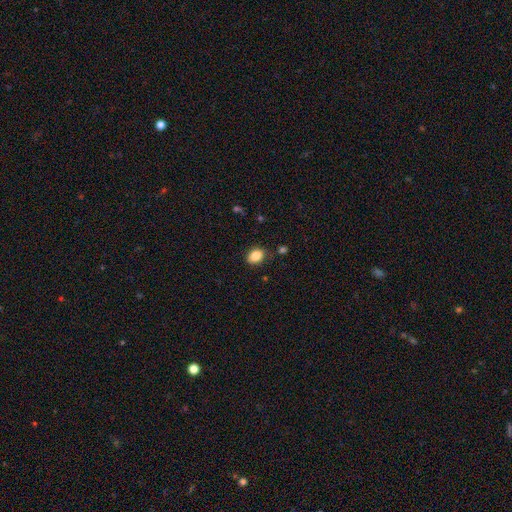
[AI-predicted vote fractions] Q: Smooth or featured?
A: smooth (86%); runner-up: star or artifact (9%)
Q: How rounded?
A: in between (73%); runner-up: round (26%)
Q: Merging?
A: none (79%); runner-up: minor disturbance (15%)